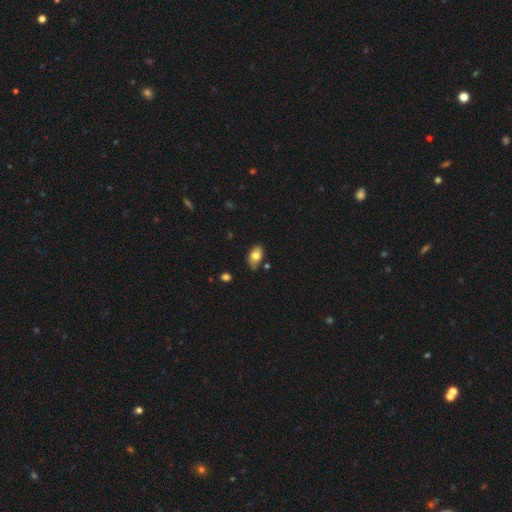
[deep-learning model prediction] Smooth or featured? Predicted: smooth (p=0.77). How rounded? Predicted: in between (p=0.90). Merging? Predicted: none (p=0.73).